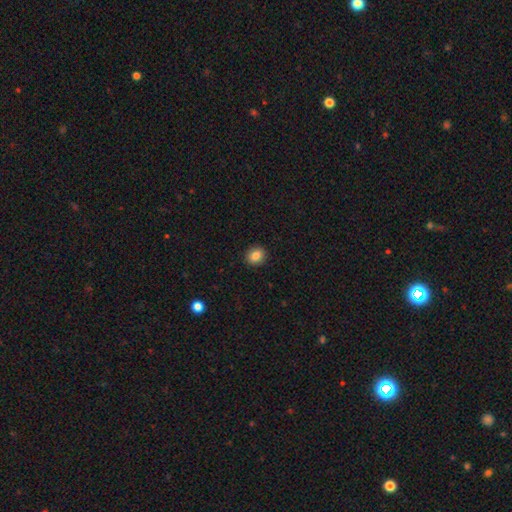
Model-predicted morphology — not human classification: smooth_or_featured: smooth (p=0.85) [alt: star or artifact p=0.10]
how_rounded: round (p=0.72) [alt: in between p=0.27]
merging: none (p=0.92) [alt: minor disturbance p=0.06]